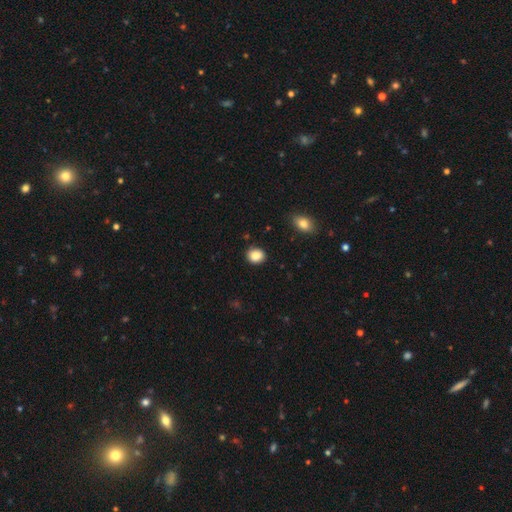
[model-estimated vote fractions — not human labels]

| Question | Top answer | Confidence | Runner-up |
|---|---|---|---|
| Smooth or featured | smooth | 87% | star or artifact (9%) |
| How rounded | round | 66% | in between (33%) |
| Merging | none | 88% | minor disturbance (8%) |